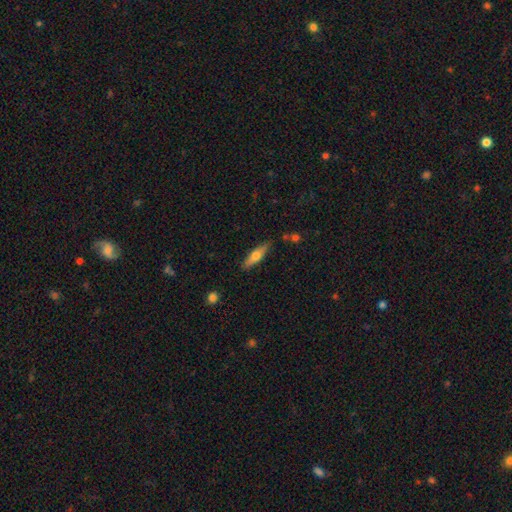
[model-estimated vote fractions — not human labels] Overall: smooth (55%; featured or disk 39%). How rounded: cigar-shaped (66%; in between 32%). Merging: none (85%).